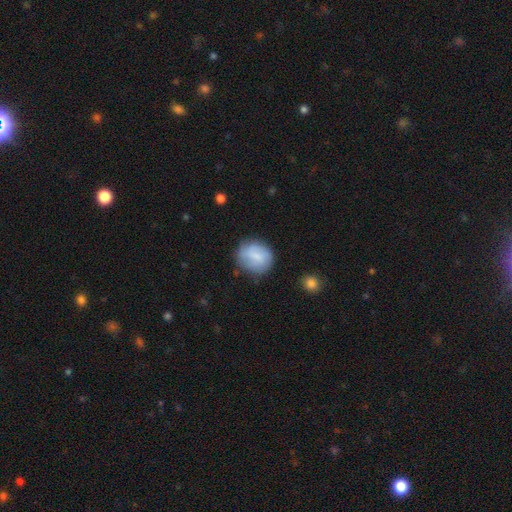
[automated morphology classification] type=smooth (74%); roundness=round (73%); merging=none (68%).